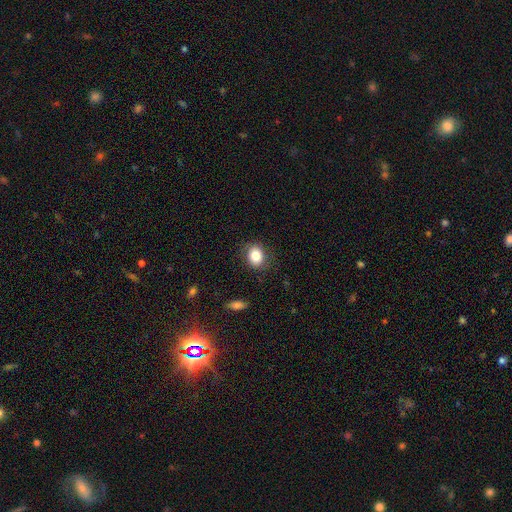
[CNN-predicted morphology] Smooth or featured?
  - smooth: 82% *
  - star or artifact: 9%
  - featured or disk: 8%
How rounded?
  - in between: 51% *
  - round: 48%
  - cigar-shaped: 1%
Merging?
  - none: 81% *
  - minor disturbance: 13%
  - major disturbance: 4%
  - merger: 1%